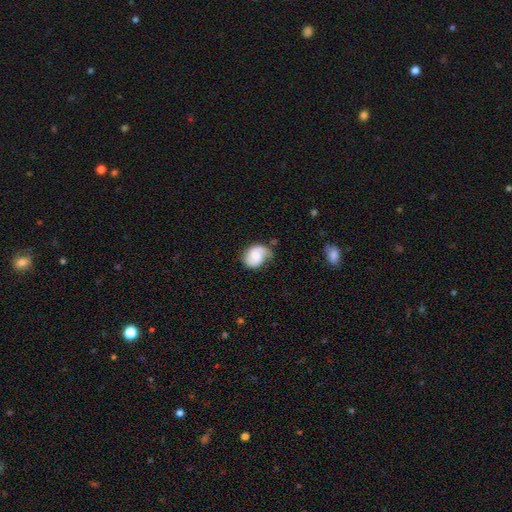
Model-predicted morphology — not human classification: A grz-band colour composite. It shows a featured or disk galaxy (57%) with no bar (54%), 2 (67%) medium (42%) spiral arms (92%) and a moderate central bulge (38%, tied with small). Merging: none (54%).